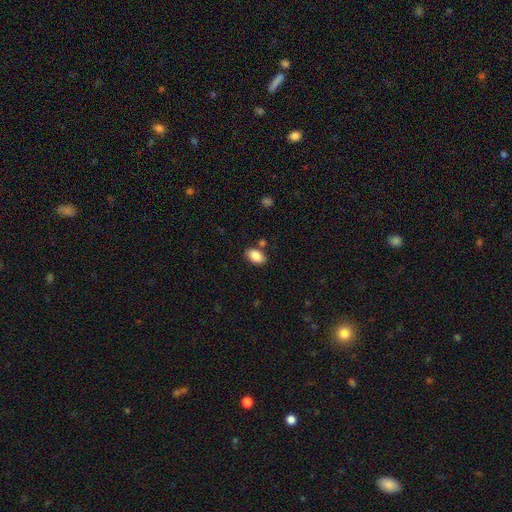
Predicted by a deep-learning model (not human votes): Morphology: type=smooth (87%); roundness=in between (91%); merging=none (79%).